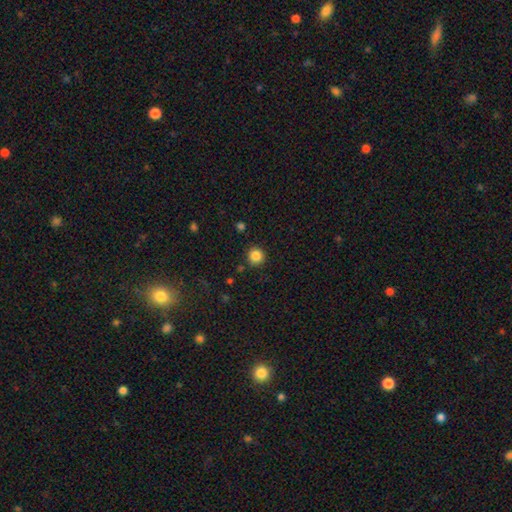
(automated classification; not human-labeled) A smooth galaxy with no disk features (85%) that is round (94%). Merging: none (88%).